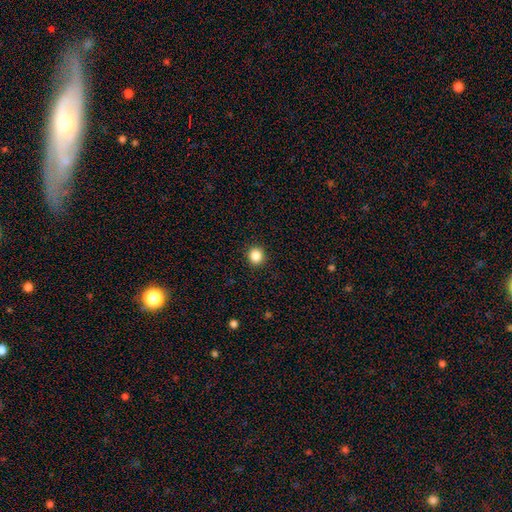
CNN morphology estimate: Smooth or featured?
  - smooth: 85% *
  - star or artifact: 11%
  - featured or disk: 4%
How rounded?
  - round: 90% *
  - in between: 9%
  - cigar-shaped: 1%
Merging?
  - none: 92% *
  - minor disturbance: 5%
  - major disturbance: 2%
  - merger: 1%